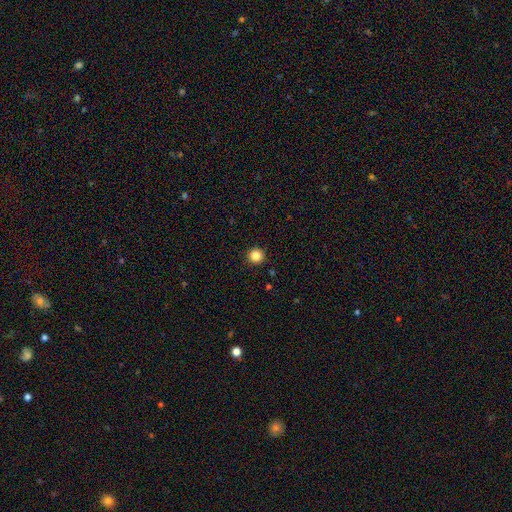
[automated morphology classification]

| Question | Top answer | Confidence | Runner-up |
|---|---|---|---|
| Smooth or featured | smooth | 85% | star or artifact (11%) |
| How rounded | round | 95% | in between (4%) |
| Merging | none | 93% | minor disturbance (4%) |